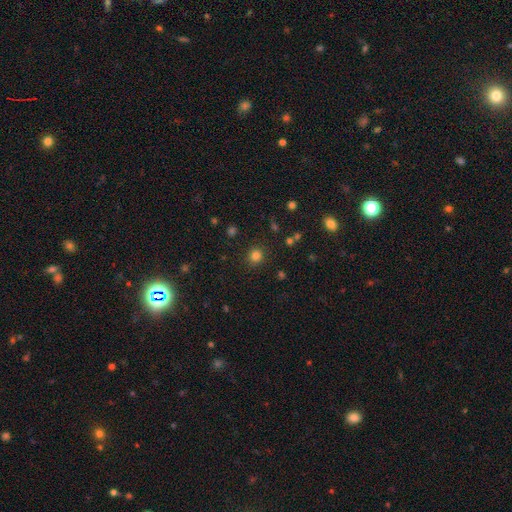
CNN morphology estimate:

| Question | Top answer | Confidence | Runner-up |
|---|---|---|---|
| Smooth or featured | smooth | 81% | star or artifact (15%) |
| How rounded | round | 89% | in between (10%) |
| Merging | none | 89% | minor disturbance (7%) |